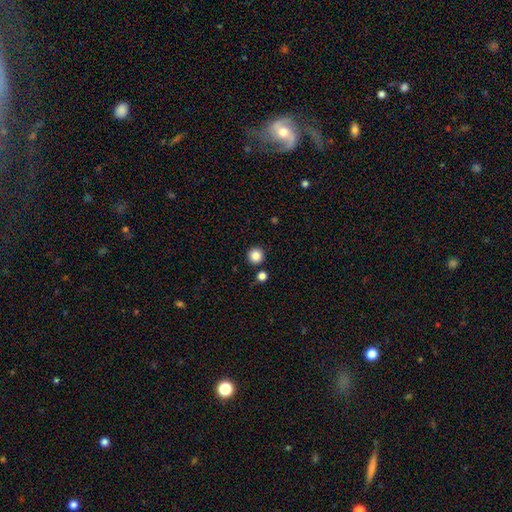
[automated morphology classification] Overall: smooth (86%). How rounded: round (96%). Merging: none (89%).